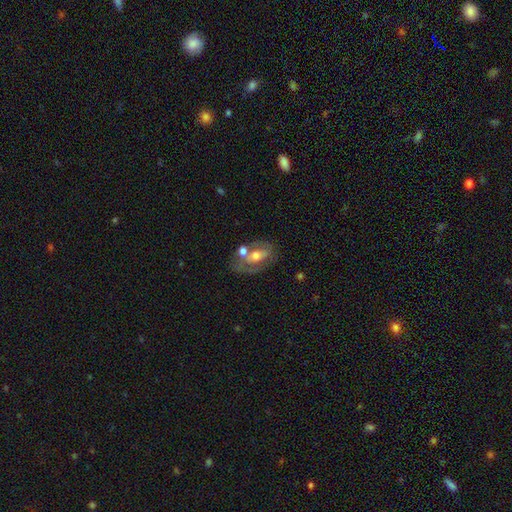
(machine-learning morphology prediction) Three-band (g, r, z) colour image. It shows a featured or disk galaxy (58%) with no bar (62%), no spiral arms (61%) and a moderate central bulge (65%). Merging: none (45%).